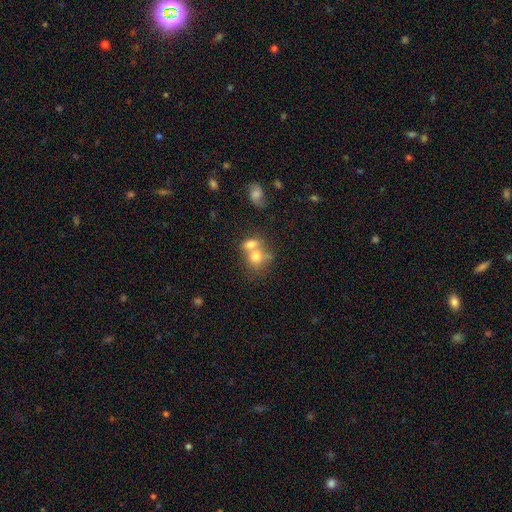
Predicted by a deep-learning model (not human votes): This is likely a smooth galaxy (72%). How rounded: possibly round (58%). Merging: likely merger (64%).